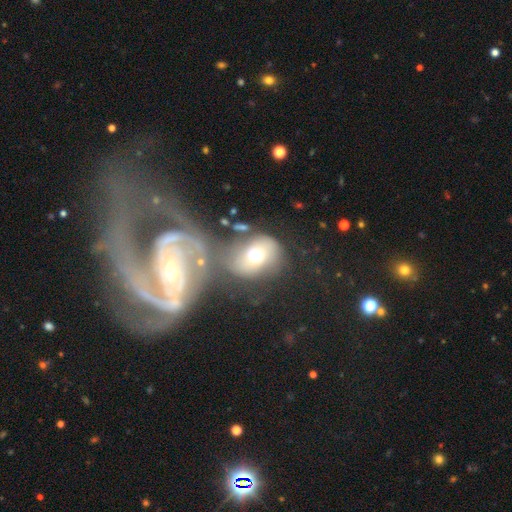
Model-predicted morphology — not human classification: smooth-or-featured: smooth: 56% | featured or disk: 31% | star or artifact: 13%
  how-rounded: round: 55% | in between: 44% | cigar-shaped: 1%
  merging: none: 39% | merger: 29% | major disturbance: 16% | minor disturbance: 16%